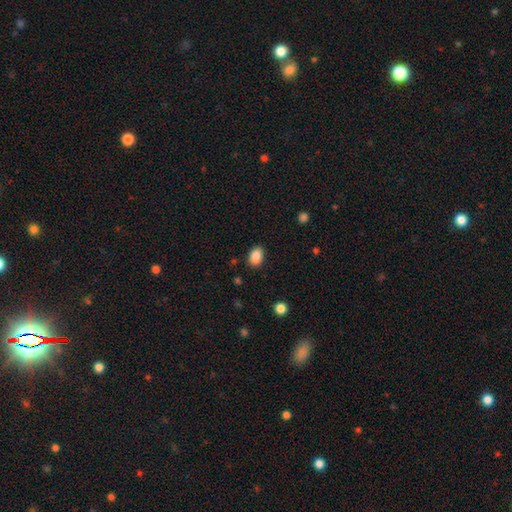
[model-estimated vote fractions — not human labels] Smooth or featured: smooth — 88% (star or artifact — 8%)
How rounded: in between — 82% (round — 17%)
Merging: none — 87% (minor disturbance — 9%)